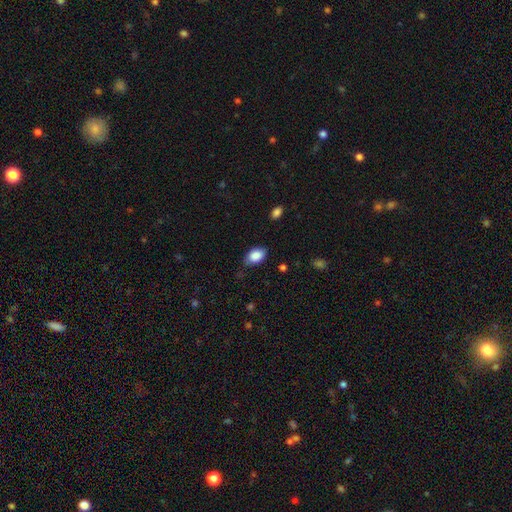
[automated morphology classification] A smooth galaxy with no disk features (87%) that is in between round and cigar-shaped (89%).

Vote fractions:
- Smooth or featured? smooth: 87% / star or artifact: 7% / featured or disk: 6%
- How rounded? in between: 89% / round: 10% / cigar-shaped: 1%
- Merging? none: 72% / minor disturbance: 22% / major disturbance: 5% / merger: 1%